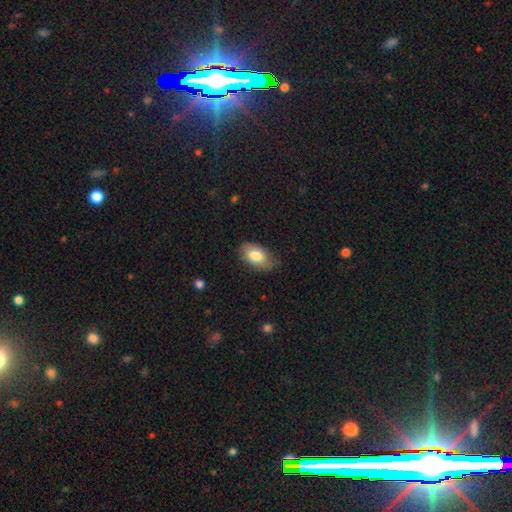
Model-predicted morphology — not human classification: Smooth or featured? smooth (78%)
How rounded? in between (92%)
Merging? none (77%)